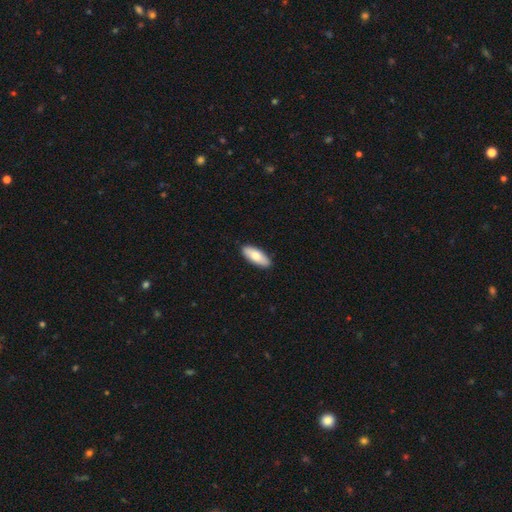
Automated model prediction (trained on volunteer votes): Smooth or featured?
  - smooth: 77% *
  - featured or disk: 18%
  - star or artifact: 5%
How rounded?
  - in between: 74% *
  - cigar-shaped: 24%
  - round: 2%
Merging?
  - none: 90% *
  - minor disturbance: 8%
  - major disturbance: 1%
  - merger: 1%